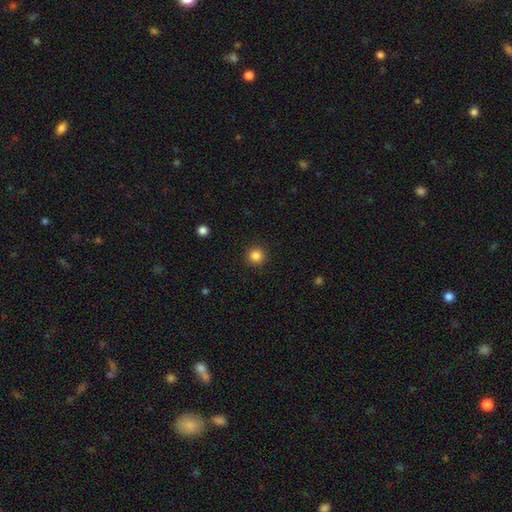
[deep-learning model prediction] smooth-or-featured: smooth: 85% | star or artifact: 11% | featured or disk: 4%
  how-rounded: round: 95% | in between: 4% | cigar-shaped: 1%
  merging: none: 92% | minor disturbance: 5% | major disturbance: 2% | merger: 1%